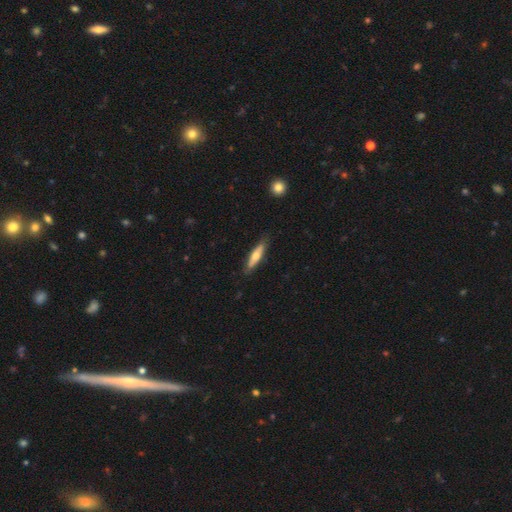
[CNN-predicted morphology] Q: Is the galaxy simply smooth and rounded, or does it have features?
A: smooth — 55%.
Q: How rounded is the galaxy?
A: cigar-shaped — 76%.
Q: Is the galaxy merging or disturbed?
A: none — 83%.